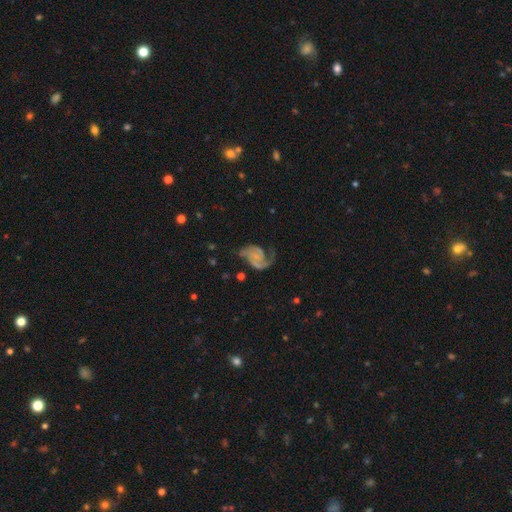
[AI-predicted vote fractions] A featured or disk galaxy (83%) with no bar (69%), 2 (80%) medium (47%) spiral arms (95%) and a small central bulge (48%).

Vote fractions:
- Smooth or featured? featured or disk: 83% / smooth: 10% / star or artifact: 7%
- Edge-on disk? no: 98% / yes: 2%
- Bar? no: 69% / weak: 25% / strong: 6%
- Spiral arms? yes: 95% / no: 5%
- Spiral winding? medium: 47% / loose: 29% / tight: 25%
- Spiral arm count? 2: 80% / 1: 9% / can't tell: 5% / 3: 4% / 4: 2% / more than 4: 2%
- Bulge size? small: 48% / none: 40% / moderate: 9% / large: 2% / dominant: 1%
- Merging? none: 51% / major disturbance: 24% / minor disturbance: 22% / merger: 3%